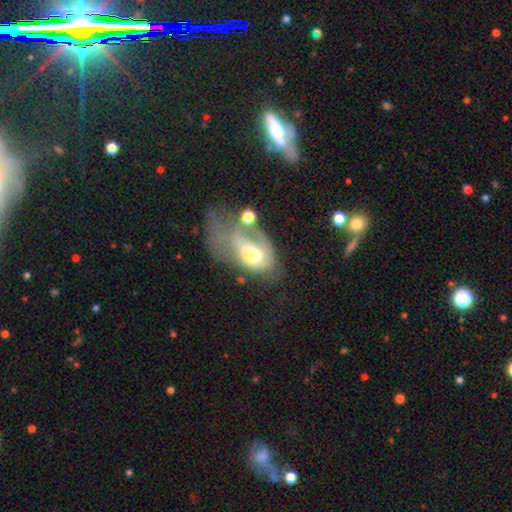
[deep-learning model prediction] Smooth or featured?
  - featured or disk: 50% *
  - smooth: 42%
  - star or artifact: 9%
Merging?
  - major disturbance: 53% *
  - merger: 19%
  - minor disturbance: 14%
  - none: 13%